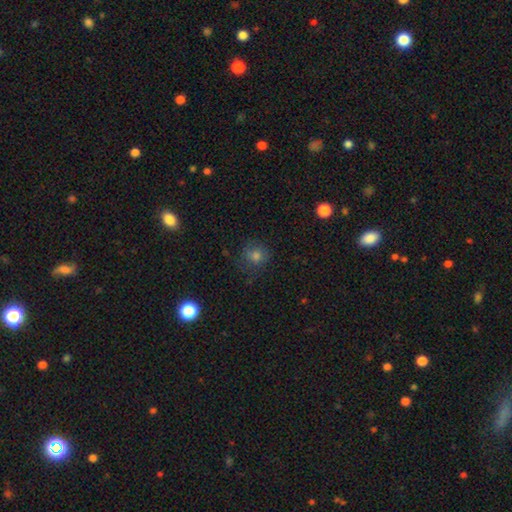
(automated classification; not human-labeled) Smooth or featured? smooth (73%)
How rounded? round (85%)
Merging? none (77%)